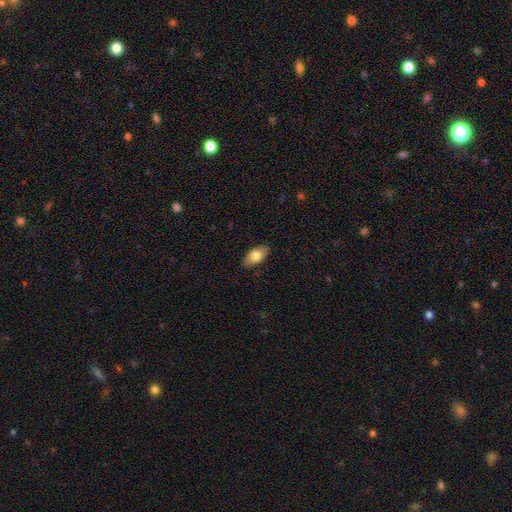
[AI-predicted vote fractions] smooth-or-featured: smooth: 77% | featured or disk: 17% | star or artifact: 7%
  how-rounded: in between: 92% | round: 4% | cigar-shaped: 4%
  merging: none: 87% | minor disturbance: 10% | major disturbance: 2% | merger: 1%